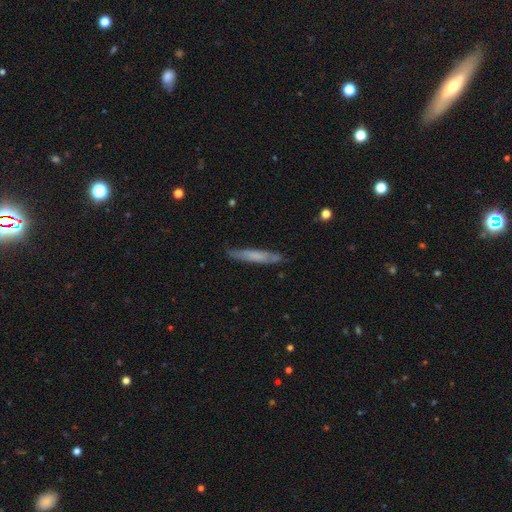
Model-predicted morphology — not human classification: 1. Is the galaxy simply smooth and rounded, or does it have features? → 56% smooth, 37% featured or disk, 7% star or artifact.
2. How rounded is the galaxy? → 93% cigar-shaped, 6% in between, 1% round.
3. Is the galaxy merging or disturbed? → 81% none, 15% minor disturbance, 3% major disturbance, 2% merger.